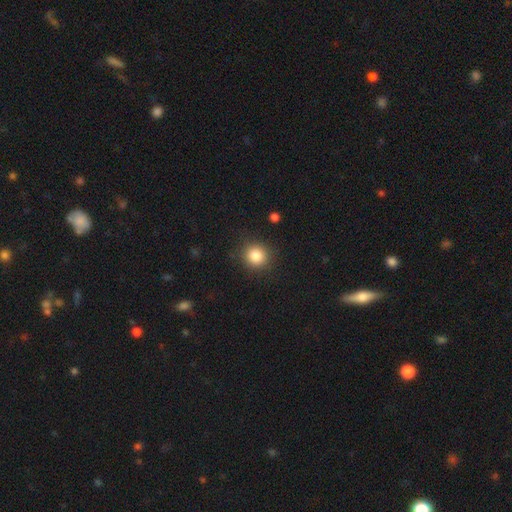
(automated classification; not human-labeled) smooth-or-featured: smooth: 84% | star or artifact: 11% | featured or disk: 5%
  how-rounded: round: 90% | in between: 9% | cigar-shaped: 1%
  merging: none: 88% | minor disturbance: 8% | major disturbance: 3% | merger: 1%